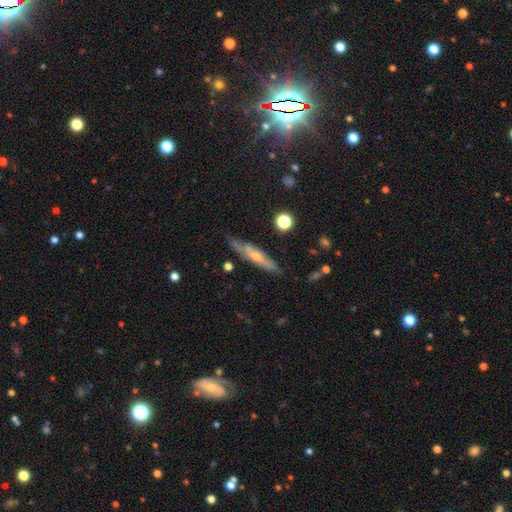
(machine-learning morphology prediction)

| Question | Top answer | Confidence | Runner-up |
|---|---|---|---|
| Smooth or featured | featured or disk | 56% | smooth (36%) |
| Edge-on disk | yes | 78% | no (22%) |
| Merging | none | 73% | minor disturbance (20%) |